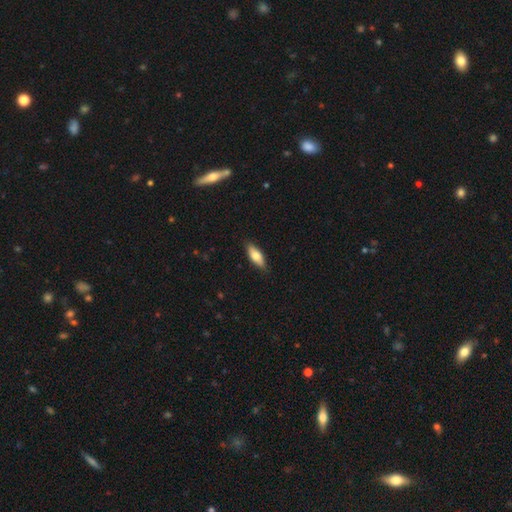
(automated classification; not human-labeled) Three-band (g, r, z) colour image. It shows a smooth galaxy with no disk features (73%) that is in between round and cigar-shaped (72%). Merging: none (86%).